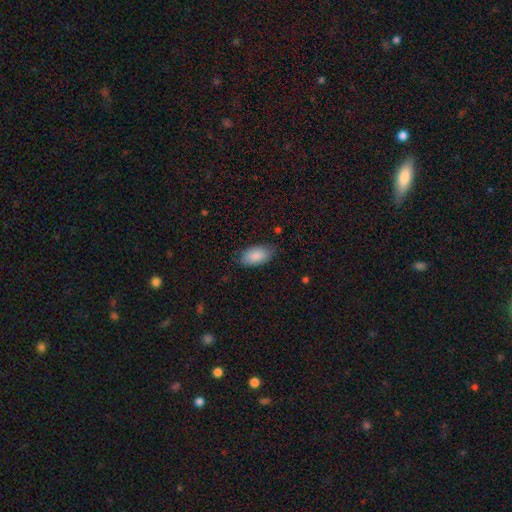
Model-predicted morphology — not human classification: smooth-or-featured: smooth: 88% | star or artifact: 6% | featured or disk: 6%
  how-rounded: in between: 93% | cigar-shaped: 4% | round: 2%
  merging: none: 79% | minor disturbance: 17% | major disturbance: 3% | merger: 1%